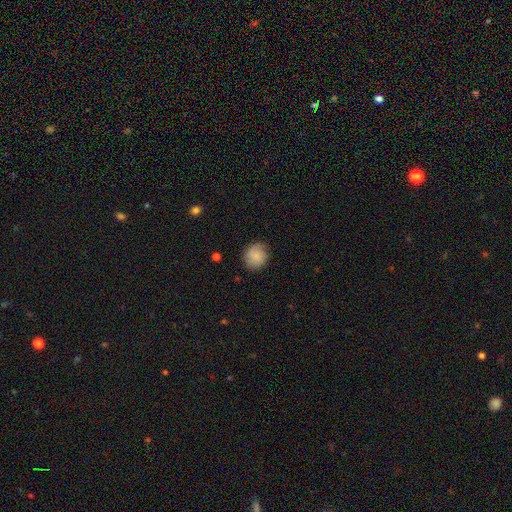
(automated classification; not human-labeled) Smooth or featured: smooth — 83% (featured or disk — 9%)
How rounded: round — 86% (in between — 13%)
Merging: none — 79% (minor disturbance — 16%)